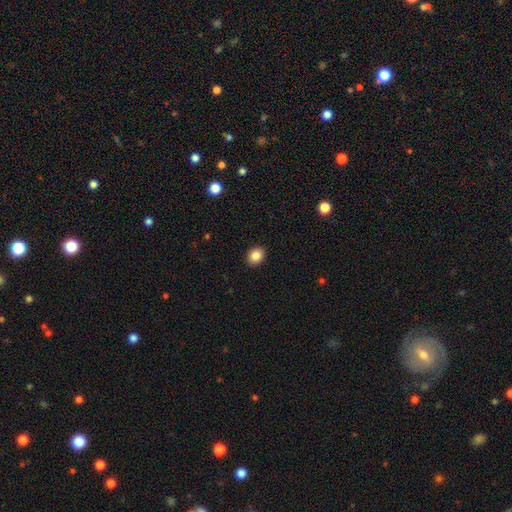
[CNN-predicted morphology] smooth 87%, star or artifact 9%, featured or disk 4%. Down the decision tree: how rounded — in between (50%); merging — none (91%).